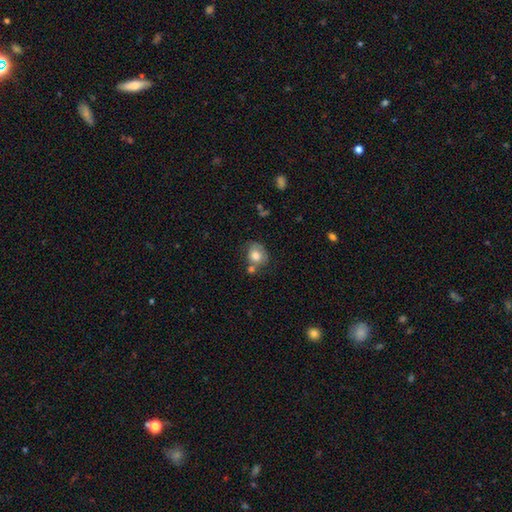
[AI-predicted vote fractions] Smooth or featured? Predicted: smooth (p=0.75). How rounded? Predicted: round (p=0.60). Merging? Predicted: none (p=0.48).